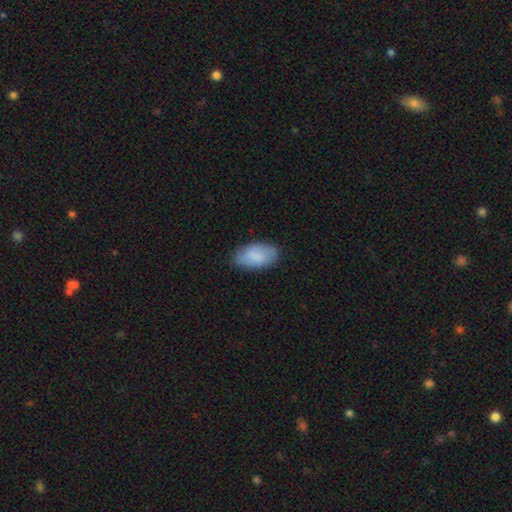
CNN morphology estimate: Smooth or featured? Predicted: smooth (p=0.84). How rounded? Predicted: in between (p=0.94). Merging? Predicted: none (p=0.79).